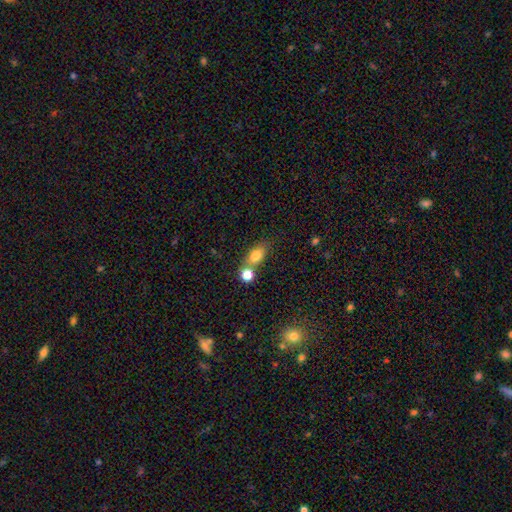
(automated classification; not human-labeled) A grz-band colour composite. It shows a smooth galaxy with no disk features (78%) that is in between round and cigar-shaped (75%). Merging: none (53%).